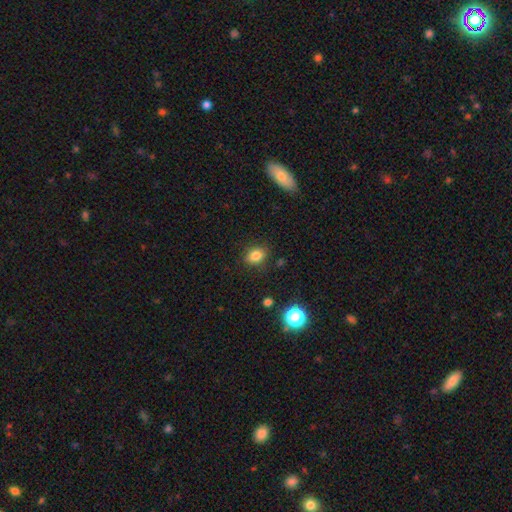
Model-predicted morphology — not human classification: smooth-or-featured: smooth: 82% | star or artifact: 12% | featured or disk: 6%
  how-rounded: in between: 62% | round: 36% | cigar-shaped: 1%
  merging: none: 85% | minor disturbance: 11% | major disturbance: 3% | merger: 2%